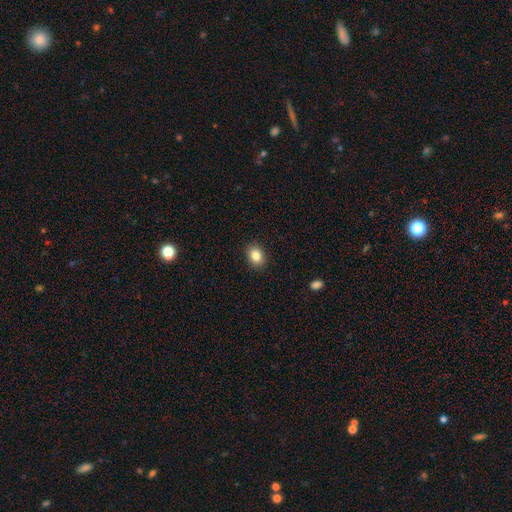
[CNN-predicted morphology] type=smooth (85%); roundness=in between (60%); merging=none (90%).